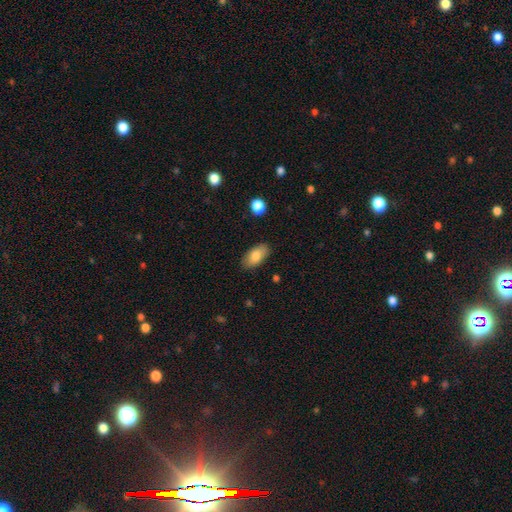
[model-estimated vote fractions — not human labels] A smooth galaxy with no disk features (80%) that is in between round and cigar-shaped (92%).

Vote fractions:
- Smooth or featured? smooth: 80% / featured or disk: 13% / star or artifact: 7%
- How rounded? in between: 92% / cigar-shaped: 5% / round: 4%
- Merging? none: 85% / minor disturbance: 11% / major disturbance: 2% / merger: 1%